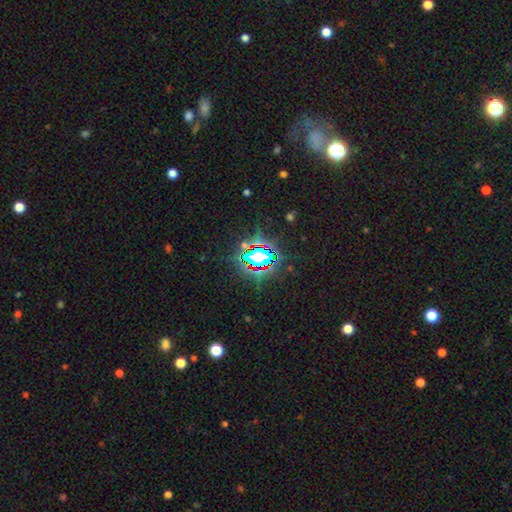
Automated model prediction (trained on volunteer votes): smooth-or-featured: star or artifact: 74% | smooth: 15% | featured or disk: 11%